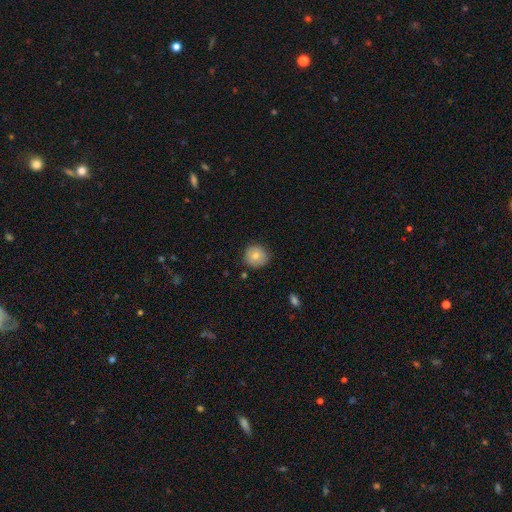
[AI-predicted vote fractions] A smooth galaxy with no disk features (76%) that is round (92%).

Vote fractions:
- Smooth or featured? smooth: 76% / featured or disk: 15% / star or artifact: 9%
- How rounded? round: 92% / in between: 7% / cigar-shaped: 1%
- Merging? none: 85% / minor disturbance: 12% / major disturbance: 2% / merger: 1%